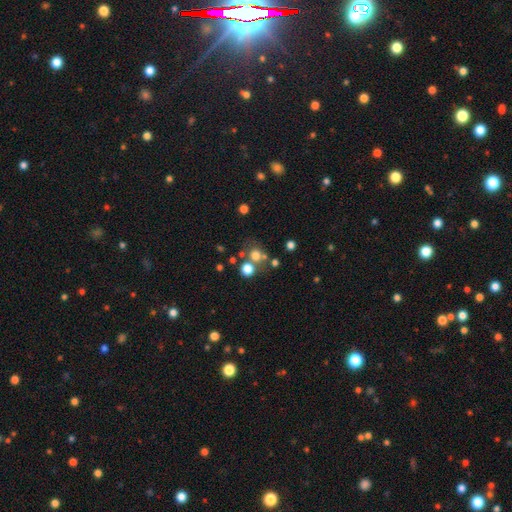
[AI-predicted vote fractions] Smooth or featured: smooth — 69% (star or artifact — 19%)
How rounded: round — 82% (in between — 17%)
Merging: none — 58% (merger — 27%)